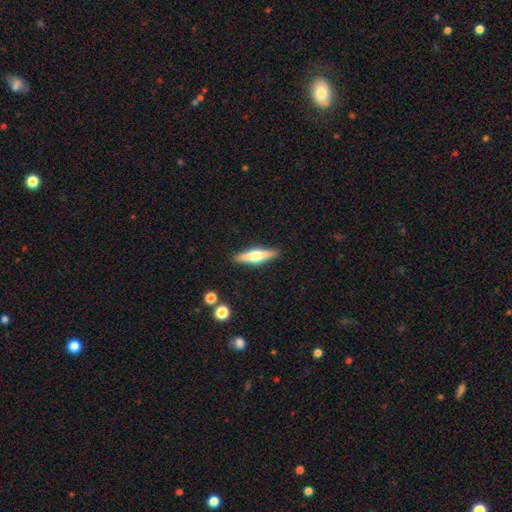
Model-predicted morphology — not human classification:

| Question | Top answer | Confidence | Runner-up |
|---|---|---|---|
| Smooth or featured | featured or disk | 56% | smooth (38%) |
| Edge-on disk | yes | 96% | no (4%) |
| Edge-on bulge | rounded | 92% | boxy (5%) |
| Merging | none | 90% | minor disturbance (7%) |